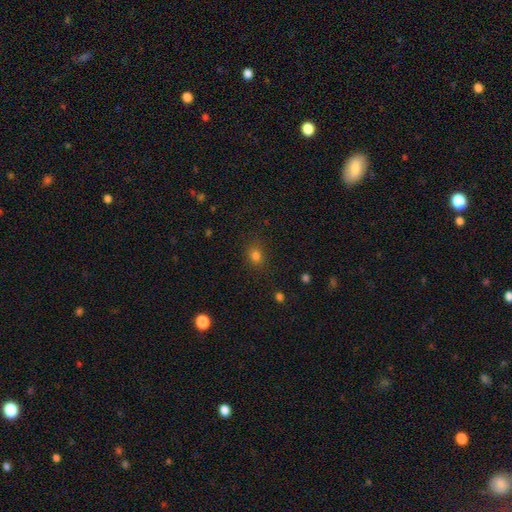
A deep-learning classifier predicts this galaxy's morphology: Overall: smooth (79%). How rounded: round (64%; in between 35%). Merging: none (84%).